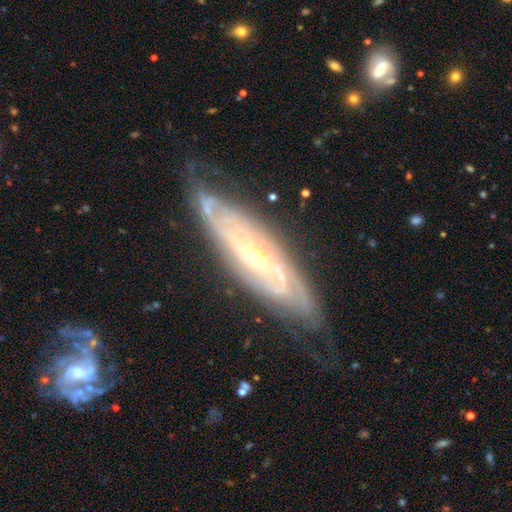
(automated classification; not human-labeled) Overall: featured or disk (84%). Edge-on disk: no (74%). Bar: no (57%; weak 30%). Spiral arms: yes (93%). Spiral arm count: can't tell (49%; 2 20%). Spiral winding: tight (70%). Bulge size: moderate (51%; small 44%). Merging: none (74%).